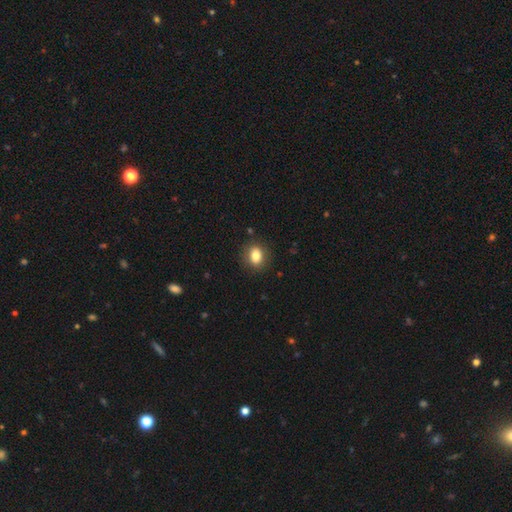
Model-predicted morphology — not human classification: type=smooth (83%); roundness=in between (54%); merging=none (87%).